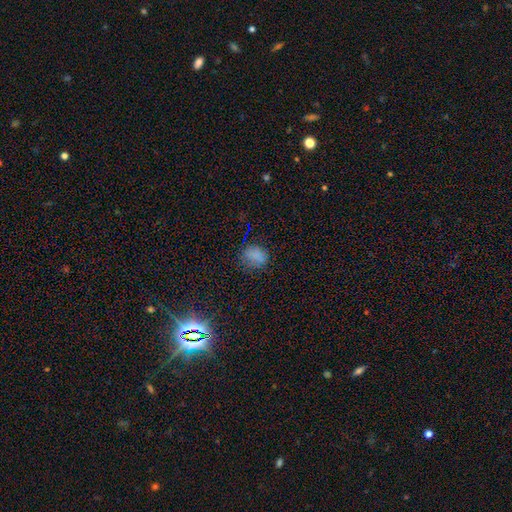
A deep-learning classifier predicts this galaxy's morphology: Overall: smooth (72%). How rounded: in between (53%; round 46%). Merging: none (72%).